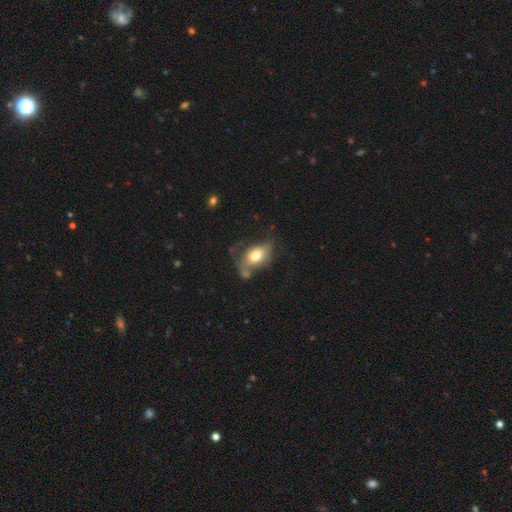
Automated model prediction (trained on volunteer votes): The model was most divided on "merging": none: 36%, minor disturbance: 27%, major disturbance: 20%, merger: 17%. More confident: how rounded — in between (86%); smooth or featured — smooth (71%).